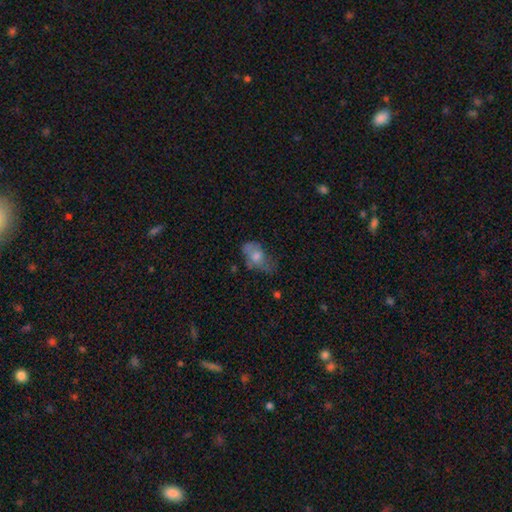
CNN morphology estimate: type=smooth (64%); roundness=in between (87%); merging=minor disturbance (35%).